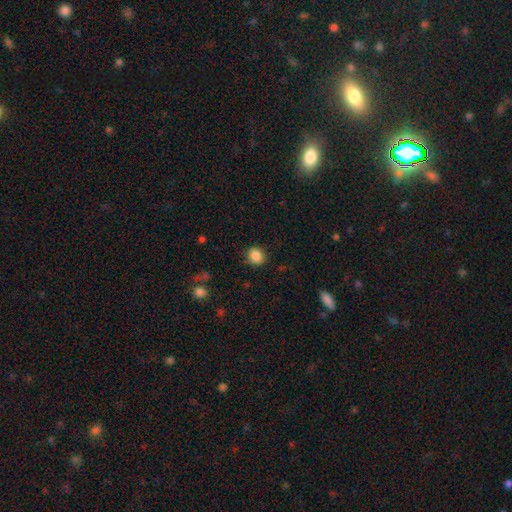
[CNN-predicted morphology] A smooth galaxy with no disk features (87%) that is round (74%). Merging: none (86%).